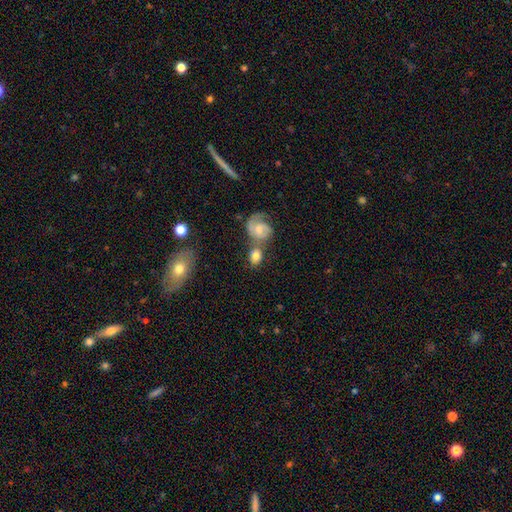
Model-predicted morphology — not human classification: Smooth or featured?
  - smooth: 69% *
  - featured or disk: 23%
  - star or artifact: 8%
How rounded?
  - in between: 55% *
  - round: 43%
  - cigar-shaped: 2%
Merging?
  - none: 43% *
  - merger: 38%
  - minor disturbance: 13%
  - major disturbance: 6%